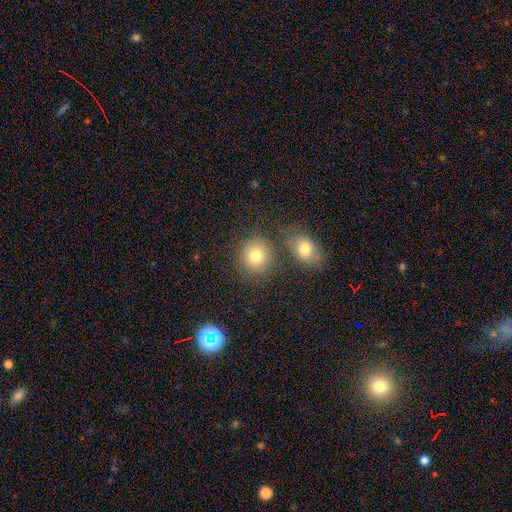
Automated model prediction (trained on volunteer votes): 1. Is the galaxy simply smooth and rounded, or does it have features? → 80% smooth, 11% star or artifact, 9% featured or disk.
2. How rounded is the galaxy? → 85% round, 14% in between, 1% cigar-shaped.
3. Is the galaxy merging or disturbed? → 72% none, 15% merger, 9% minor disturbance, 4% major disturbance.